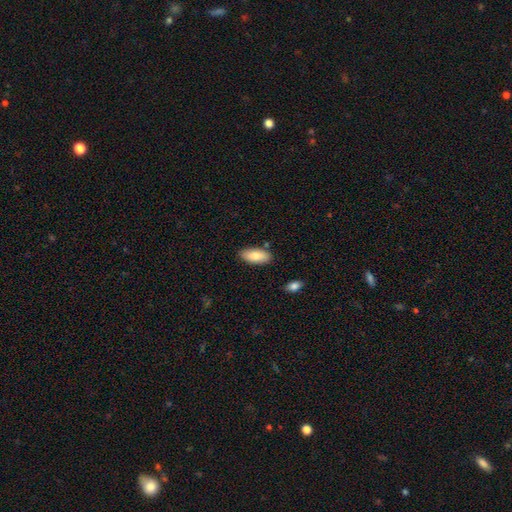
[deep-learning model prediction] This is likely a smooth galaxy (79%). How rounded: clearly in between (90%). Merging: clearly none (84%).